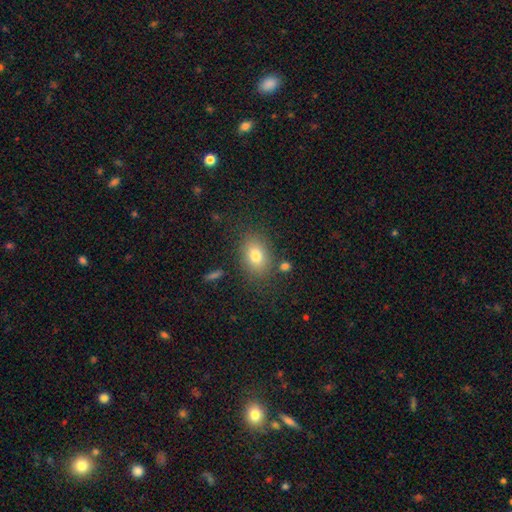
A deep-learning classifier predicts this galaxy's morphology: Q: Smooth or featured?
A: smooth (78%); runner-up: featured or disk (12%)
Q: How rounded?
A: in between (74%); runner-up: round (25%)
Q: Merging?
A: none (80%); runner-up: minor disturbance (12%)